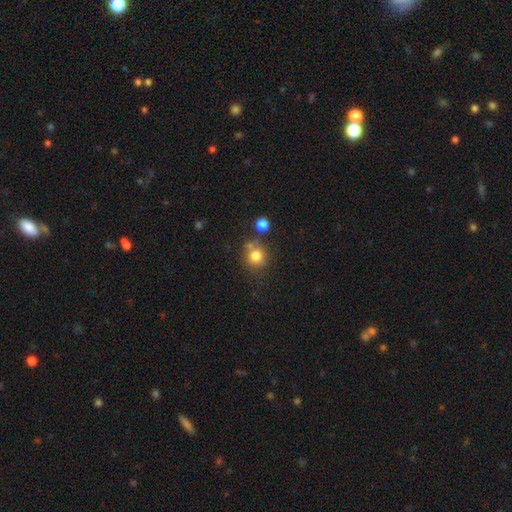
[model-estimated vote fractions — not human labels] This is likely a smooth galaxy (78%). How rounded: clearly round (88%). Merging: likely none (66%).